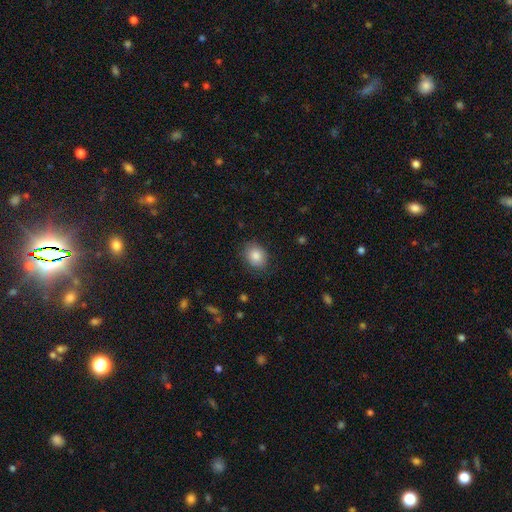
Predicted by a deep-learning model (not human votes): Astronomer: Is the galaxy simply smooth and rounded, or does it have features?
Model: smooth — 85%.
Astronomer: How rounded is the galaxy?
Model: in between — 51% (runner-up: round, 48%).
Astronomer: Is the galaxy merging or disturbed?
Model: none — 81%.